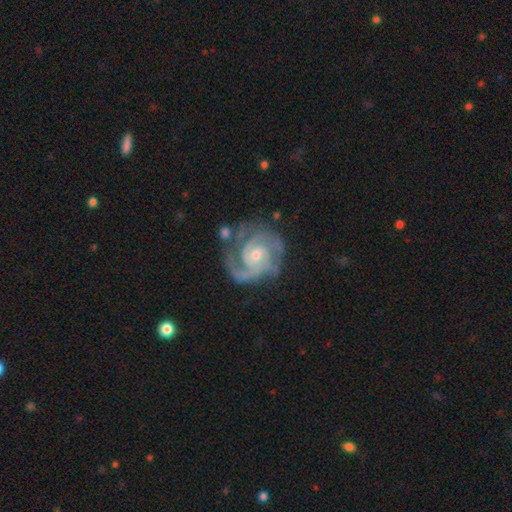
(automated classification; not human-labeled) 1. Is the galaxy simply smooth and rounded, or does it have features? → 92% featured or disk, 4% star or artifact, 4% smooth.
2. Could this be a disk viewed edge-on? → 98% no, 2% yes.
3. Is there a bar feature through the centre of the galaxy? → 61% no, 31% weak, 8% strong.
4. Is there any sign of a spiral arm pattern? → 98% yes, 2% no.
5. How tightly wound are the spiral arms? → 65% tight, 31% medium, 4% loose.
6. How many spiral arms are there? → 50% 2, 30% 3, 8% can't tell, 5% 4, 4% 1, 3% more than 4.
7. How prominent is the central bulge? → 51% small, 46% moderate, 2% large, 1% none, 1% dominant.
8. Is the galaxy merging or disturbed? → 68% none, 19% minor disturbance, 8% major disturbance, 4% merger.